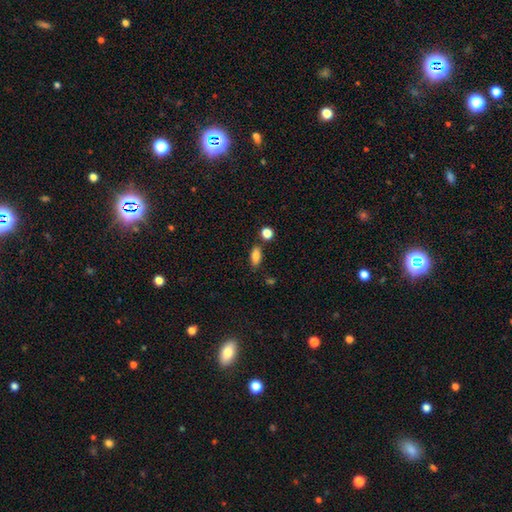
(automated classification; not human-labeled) A smooth galaxy with no disk features (84%) that is in between round and cigar-shaped (81%). Merging: none (77%).